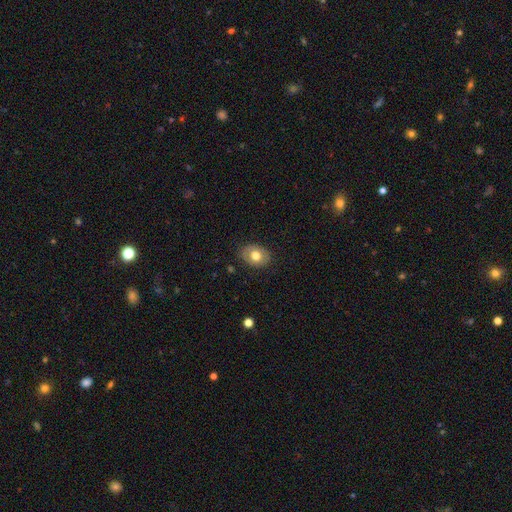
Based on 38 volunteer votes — Smooth or featured? smooth (76%)
How rounded? in between (62%)
Merging? none (84%)